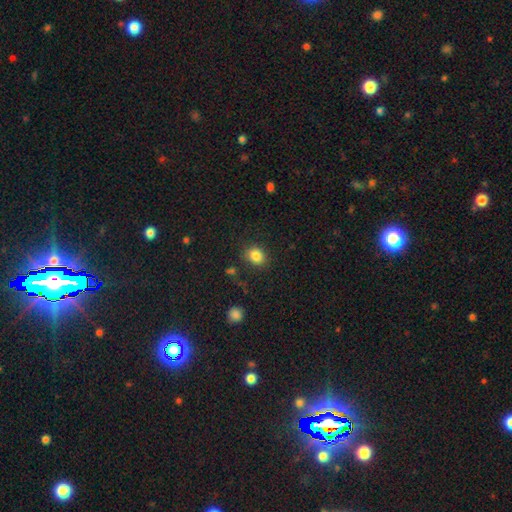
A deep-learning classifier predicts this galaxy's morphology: Smooth or featured: smooth — 84% (star or artifact — 10%)
How rounded: round — 51% (in between — 49%)
Merging: none — 82% (minor disturbance — 12%)